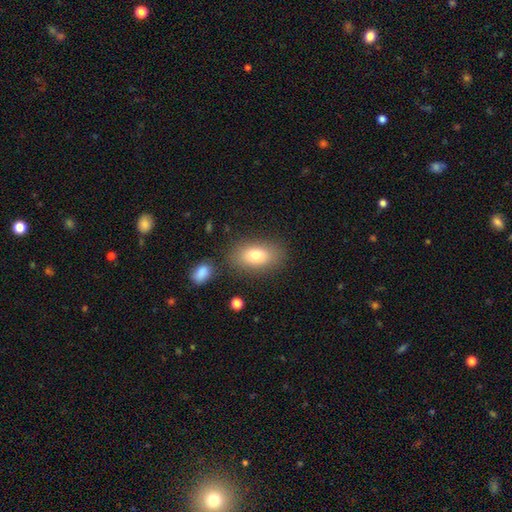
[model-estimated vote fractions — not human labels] smooth-or-featured: smooth: 78% | featured or disk: 13% | star or artifact: 9%
  how-rounded: in between: 89% | round: 8% | cigar-shaped: 4%
  merging: none: 80% | minor disturbance: 12% | merger: 5% | major disturbance: 4%